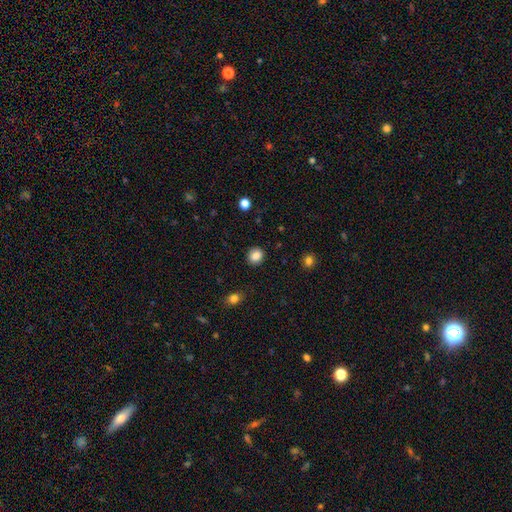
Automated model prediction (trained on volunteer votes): smooth 85%, star or artifact 10%, featured or disk 5%. Down the decision tree: how rounded — round (82%); merging — none (91%).